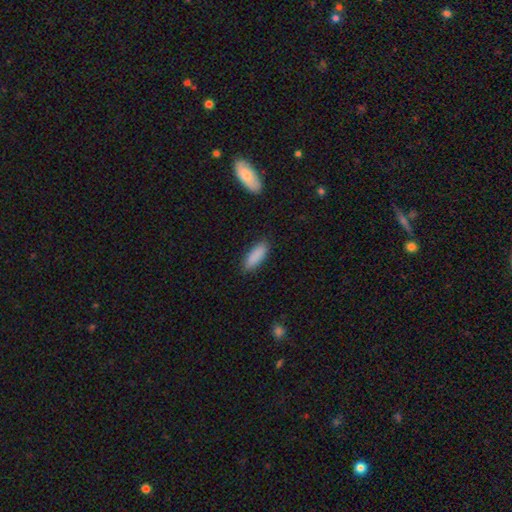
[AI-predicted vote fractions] smooth-or-featured: smooth: 89% | star or artifact: 6% | featured or disk: 5%
  how-rounded: in between: 64% | cigar-shaped: 34% | round: 2%
  merging: none: 86% | minor disturbance: 11% | major disturbance: 2% | merger: 1%